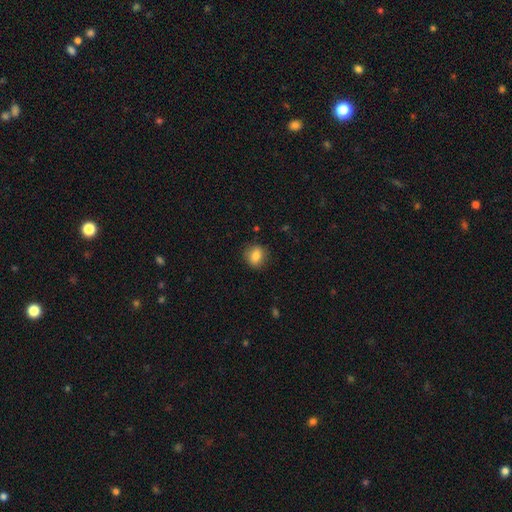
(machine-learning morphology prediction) Smooth or featured? Predicted: smooth (p=0.82). How rounded? Predicted: round (p=0.58). Merging? Predicted: none (p=0.85).